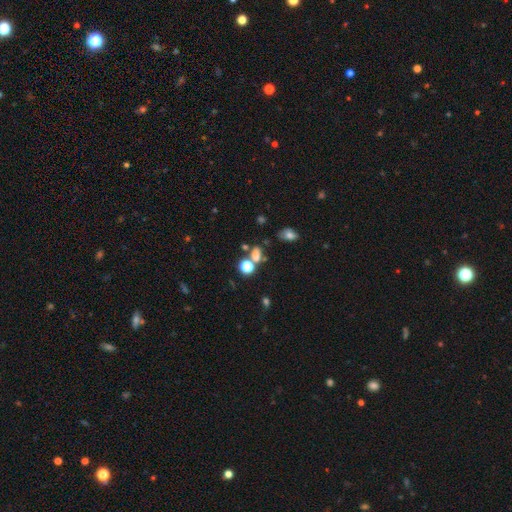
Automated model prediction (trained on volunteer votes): smooth-or-featured: smooth: 60% | star or artifact: 30% | featured or disk: 10%
  how-rounded: in between: 56% | round: 40% | cigar-shaped: 4%
  merging: none: 51% | merger: 28% | minor disturbance: 13% | major disturbance: 8%